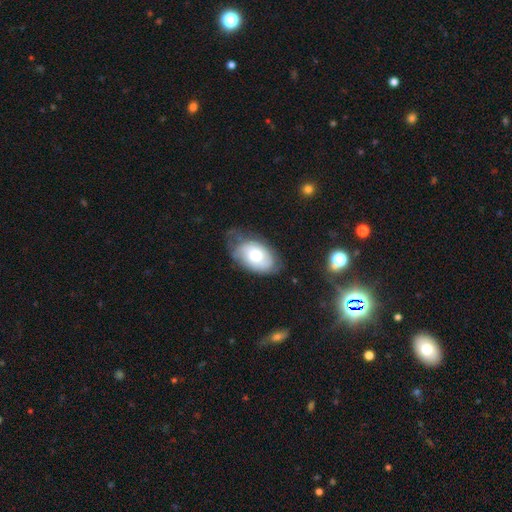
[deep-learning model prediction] Q: Smooth or featured?
A: smooth (50%); runner-up: featured or disk (43%)
Q: How rounded?
A: in between (90%); runner-up: round (8%)
Q: Merging?
A: none (52%); runner-up: minor disturbance (31%)